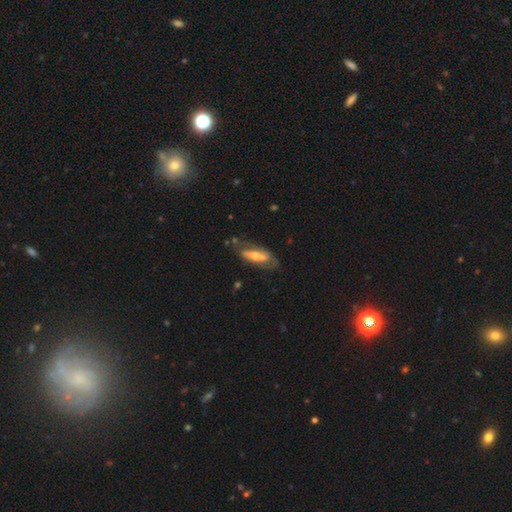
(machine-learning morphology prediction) smooth-or-featured: featured or disk: 57% | smooth: 37% | star or artifact: 6%
  disk-edge-on: no: 67% | yes: 33%
  merging: none: 64% | minor disturbance: 22% | major disturbance: 10% | merger: 3%